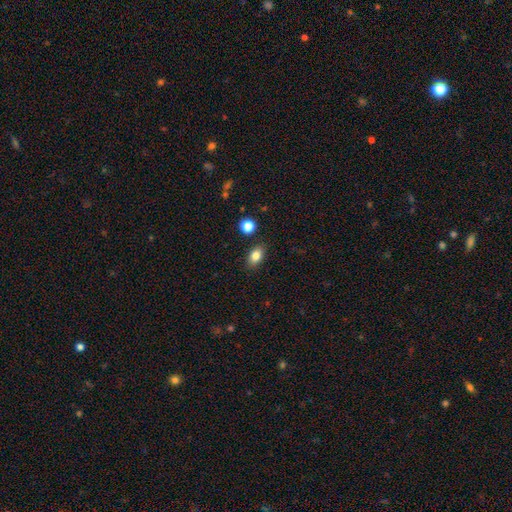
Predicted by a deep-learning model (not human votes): Smooth or featured?
  - smooth: 82% *
  - star or artifact: 9%
  - featured or disk: 8%
How rounded?
  - in between: 82% *
  - round: 16%
  - cigar-shaped: 2%
Merging?
  - none: 85% *
  - minor disturbance: 10%
  - merger: 3%
  - major disturbance: 2%